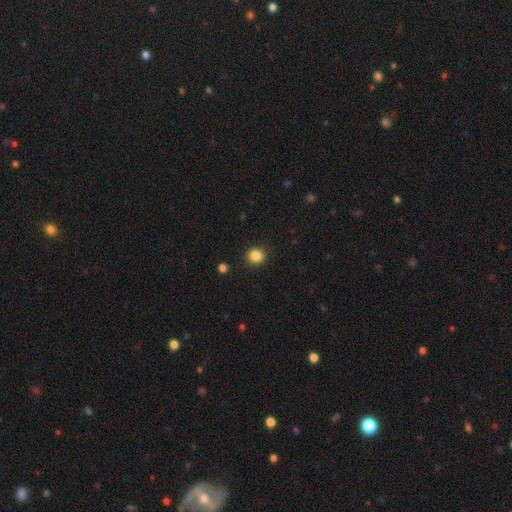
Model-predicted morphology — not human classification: This is clearly a smooth galaxy (85%). How rounded: clearly round (89%). Merging: clearly none (90%).